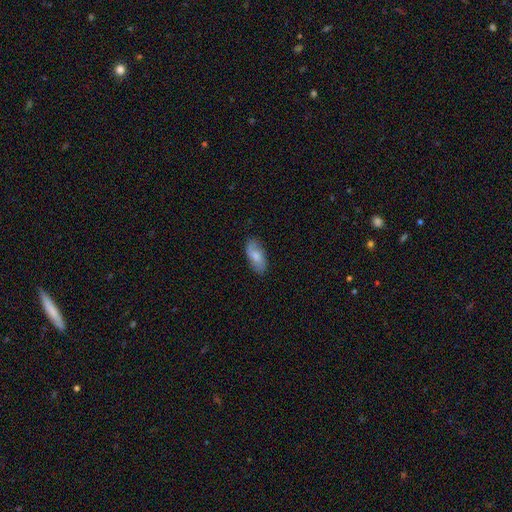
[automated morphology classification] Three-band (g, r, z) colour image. It shows a smooth galaxy with no disk features (69%) that is in between round and cigar-shaped (89%). Merging: none (81%).